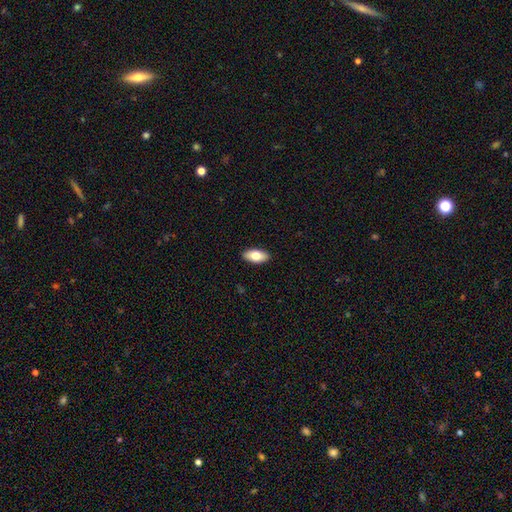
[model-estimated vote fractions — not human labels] Morphology: type=smooth (78%); roundness=in between (92%); merging=none (91%).